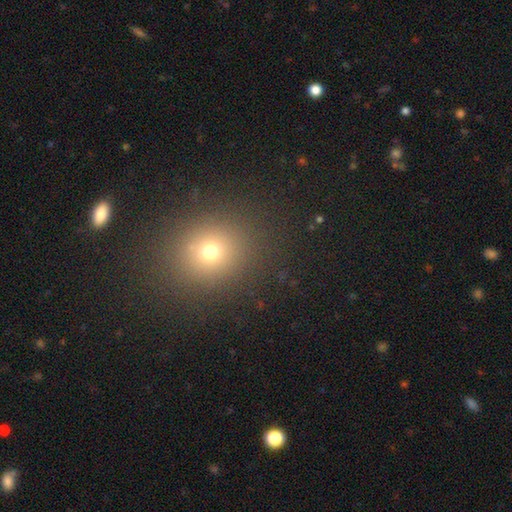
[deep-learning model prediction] A smooth galaxy with no disk features (62%) that is round (76%). Merging: none (91%).